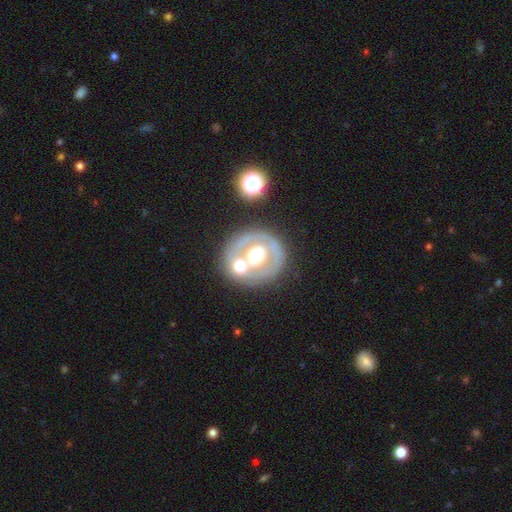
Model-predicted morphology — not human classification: featured or disk 58%, smooth 32%, star or artifact 10%. Down the decision tree: edge-on disk — no (95%); bar — no (80%); spiral arms — no (86%); bulge size — moderate (56%); merging — none (65%).